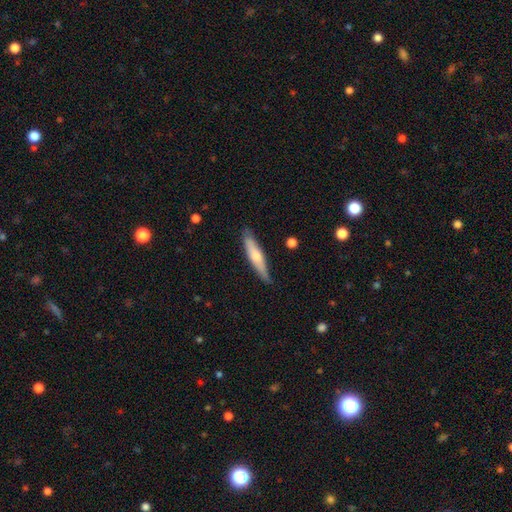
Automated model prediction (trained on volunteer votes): smooth 60%, featured or disk 35%, star or artifact 5%. Down the decision tree: how rounded — cigar-shaped (83%); merging — none (79%).